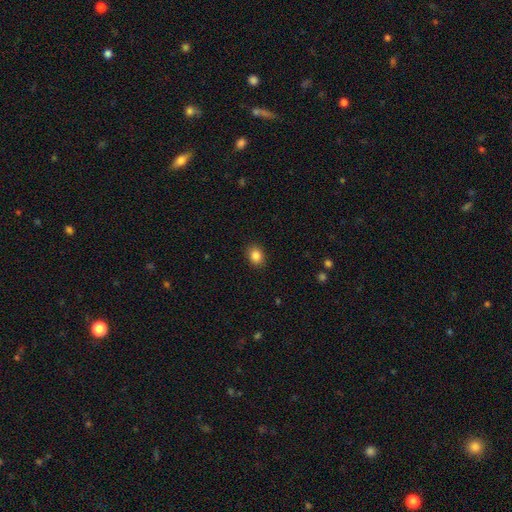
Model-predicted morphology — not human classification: A smooth galaxy with no disk features (86%) that is in between round and cigar-shaped (58%).

Vote fractions:
- Smooth or featured? smooth: 86% / star or artifact: 9% / featured or disk: 5%
- How rounded? in between: 58% / round: 41% / cigar-shaped: 1%
- Merging? none: 89% / minor disturbance: 8% / major disturbance: 2% / merger: 1%